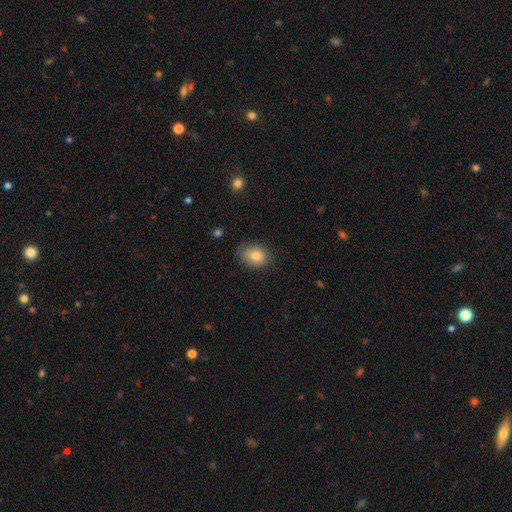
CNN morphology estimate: type=smooth (80%); roundness=in between (58%); merging=none (74%).